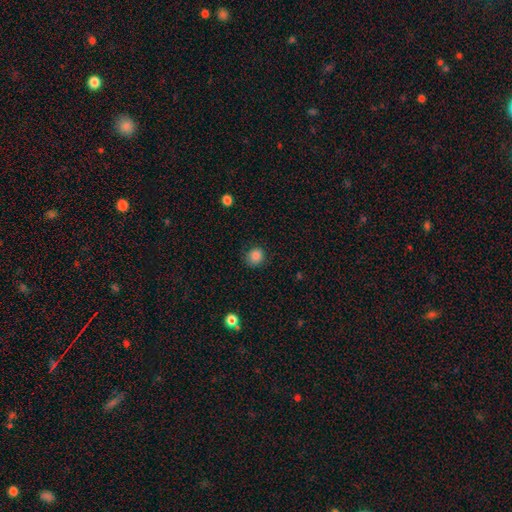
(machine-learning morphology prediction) Overall: smooth (86%). How rounded: round (87%). Merging: none (85%).